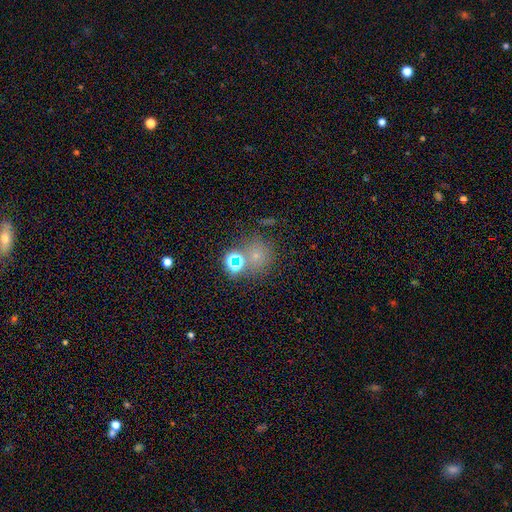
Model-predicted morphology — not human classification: Overall: smooth (58%; star or artifact 30%). How rounded: round (85%). Merging: none (64%).